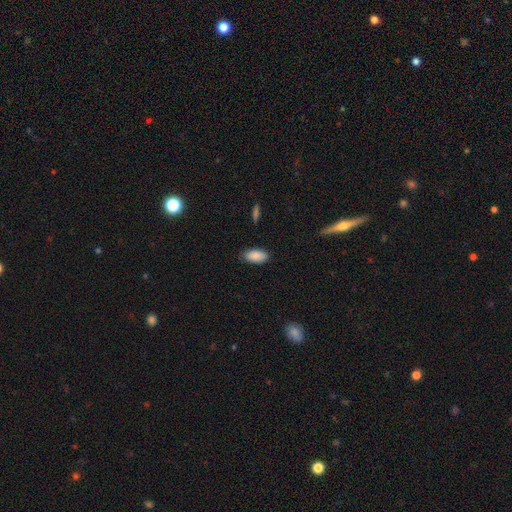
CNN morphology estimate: Overall: smooth (88%). How rounded: in between (94%). Merging: none (82%).